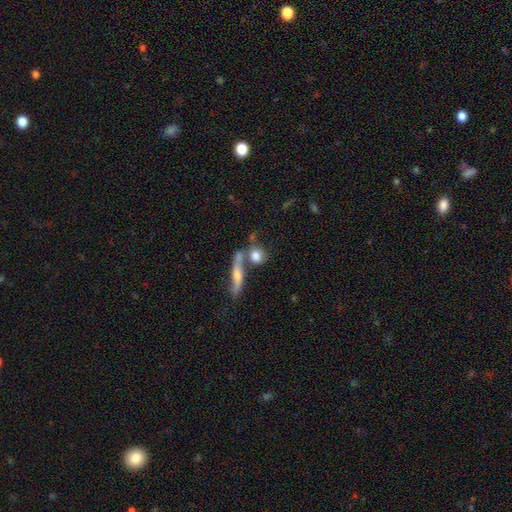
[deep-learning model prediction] Smooth or featured? Predicted: smooth (p=0.74). How rounded? Predicted: round (p=0.64). Merging? Predicted: none (p=0.51).